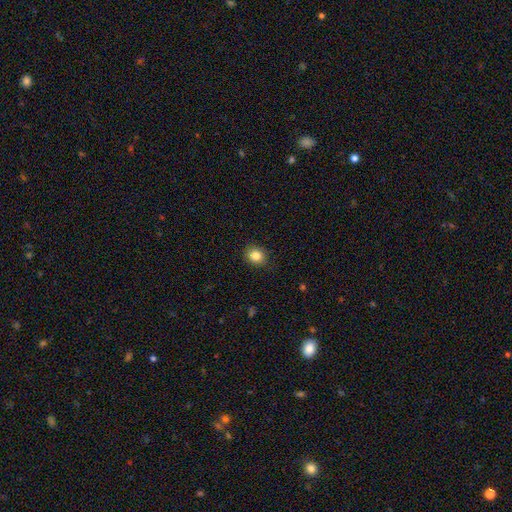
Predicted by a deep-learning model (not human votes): Smooth or featured? Predicted: smooth (p=0.84). How rounded? Predicted: round (p=0.65). Merging? Predicted: none (p=0.88).